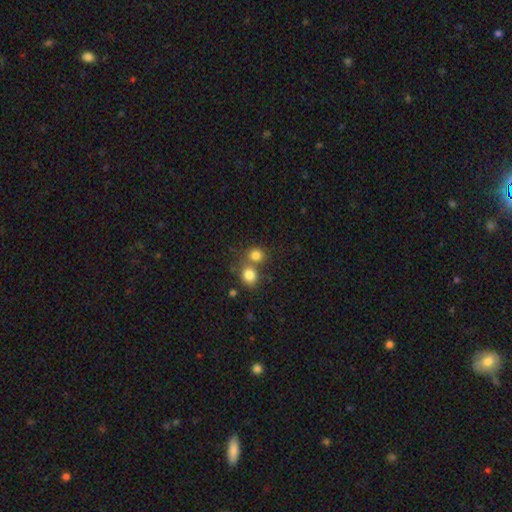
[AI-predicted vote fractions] The model was most divided on "merging": none: 49%, merger: 41%, minor disturbance: 7%, major disturbance: 3%. More confident: smooth or featured — smooth (80%); how rounded — round (80%).